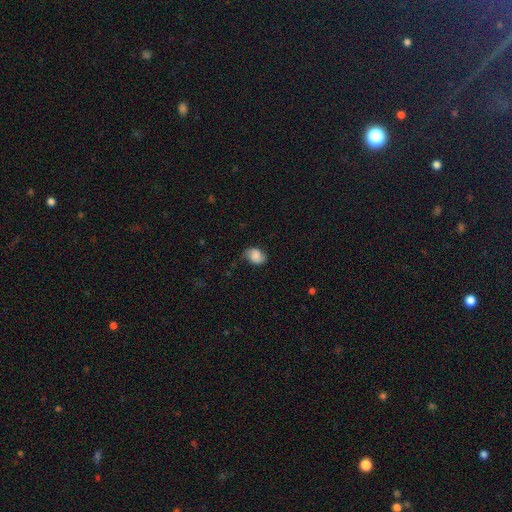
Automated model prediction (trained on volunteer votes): A smooth galaxy with no disk features (71%) that is in between round and cigar-shaped (69%). Merging: none (62%).